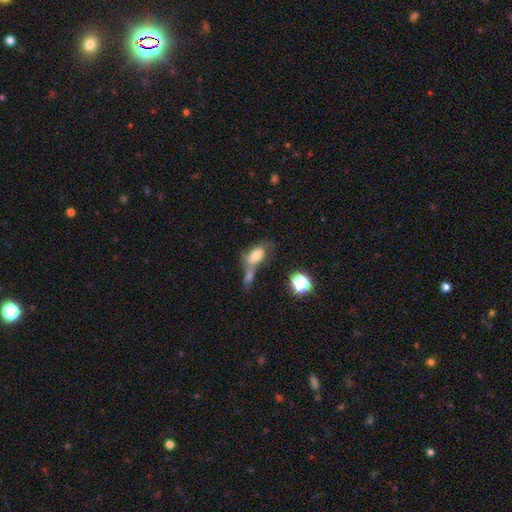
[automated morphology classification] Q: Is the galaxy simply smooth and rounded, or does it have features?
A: smooth — 67%.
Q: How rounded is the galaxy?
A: in between — 83%.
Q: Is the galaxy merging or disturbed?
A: merger — 47%.